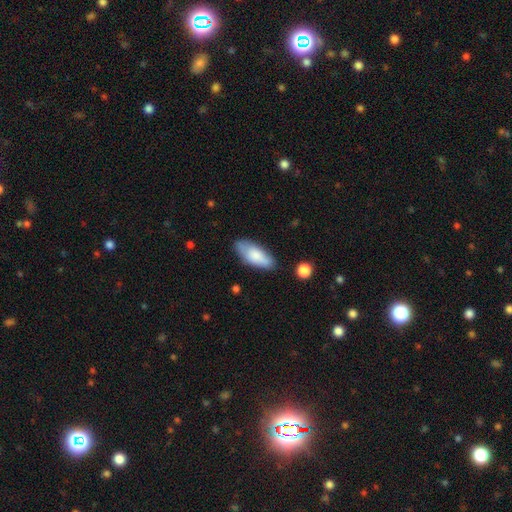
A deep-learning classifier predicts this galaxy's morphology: smooth_or_featured: smooth (p=0.77) [alt: featured or disk p=0.17]
how_rounded: in between (p=0.82) [alt: cigar-shaped p=0.16]
merging: none (p=0.70) [alt: minor disturbance p=0.22]